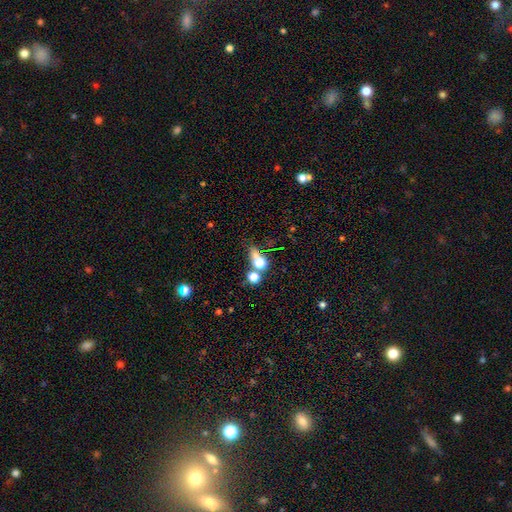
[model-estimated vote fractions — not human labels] A smooth galaxy with no disk features (58%) that is round (57%). Merging: none (47%).